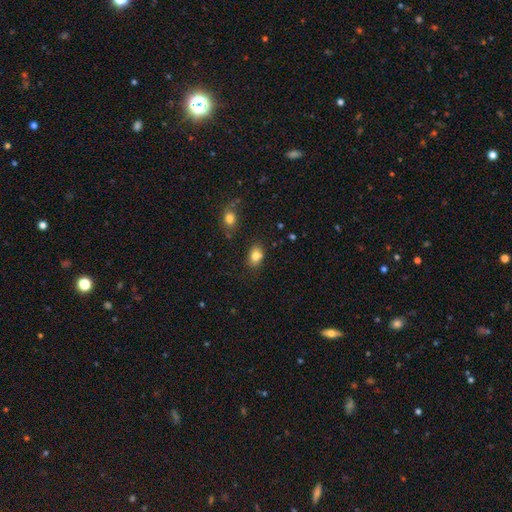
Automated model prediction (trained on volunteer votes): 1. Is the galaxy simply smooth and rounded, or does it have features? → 82% smooth, 10% star or artifact, 8% featured or disk.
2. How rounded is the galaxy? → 69% in between, 30% round, 1% cigar-shaped.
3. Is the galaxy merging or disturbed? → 76% none, 16% minor disturbance, 5% merger, 4% major disturbance.